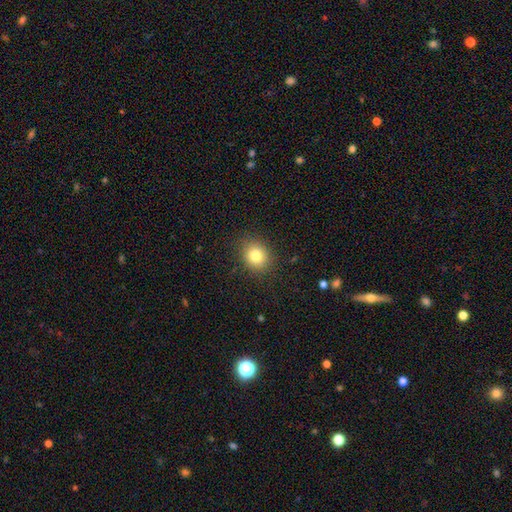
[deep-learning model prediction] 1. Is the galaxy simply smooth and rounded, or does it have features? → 81% smooth, 11% star or artifact, 8% featured or disk.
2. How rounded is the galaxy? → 70% round, 29% in between, 1% cigar-shaped.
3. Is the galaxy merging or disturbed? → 88% none, 9% minor disturbance, 3% major disturbance, 1% merger.